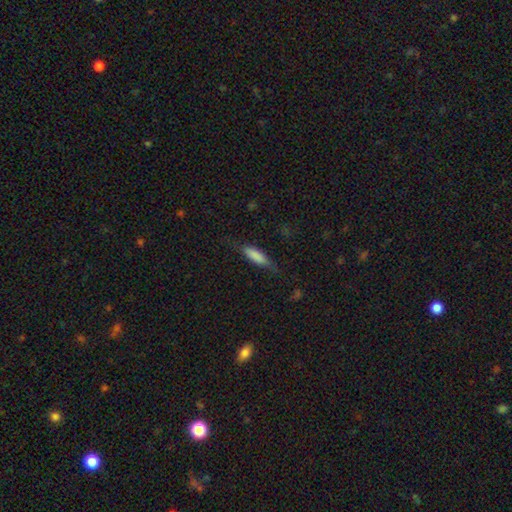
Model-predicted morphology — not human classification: The model was most divided on "how rounded": cigar-shaped: 58%, in between: 40%, round: 2%. More confident: smooth or featured — smooth (76%); merging — none (66%).